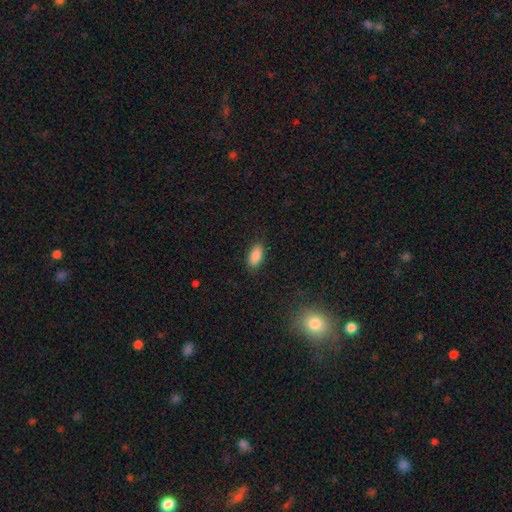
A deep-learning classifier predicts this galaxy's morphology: Smooth or featured?
  - smooth: 88% *
  - star or artifact: 7%
  - featured or disk: 4%
How rounded?
  - in between: 91% *
  - cigar-shaped: 6%
  - round: 3%
Merging?
  - none: 86% *
  - minor disturbance: 10%
  - major disturbance: 3%
  - merger: 1%